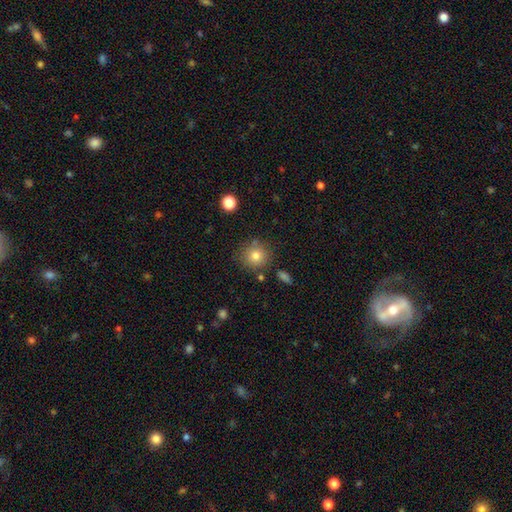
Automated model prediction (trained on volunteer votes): Morphology: type=smooth (79%); roundness=round (90%); merging=none (81%).